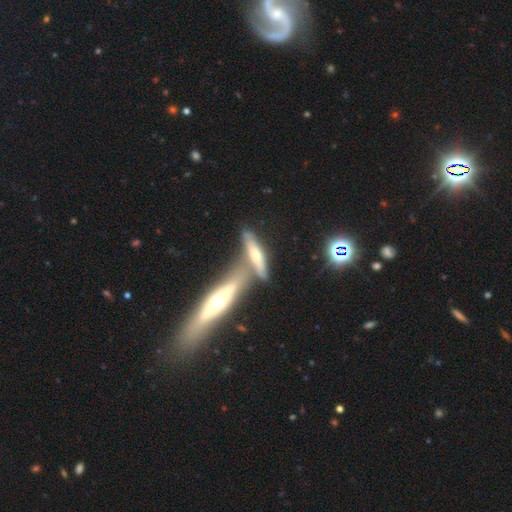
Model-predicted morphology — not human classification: Smooth or featured? Predicted: smooth (p=0.46, tied with featured or disk). Merging? Predicted: merger (p=0.44).